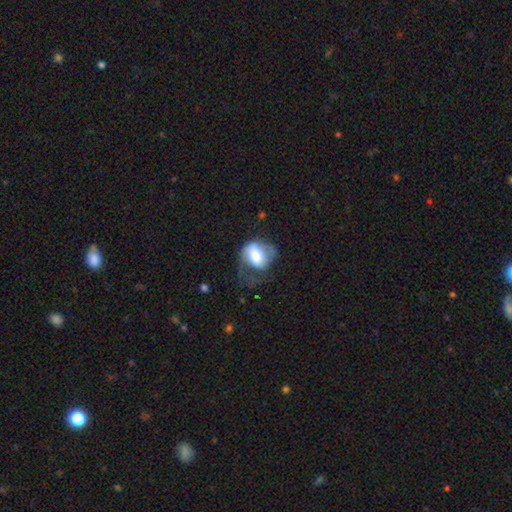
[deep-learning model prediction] Morphology: type=smooth (58%); roundness=in between (51%); merging=major disturbance (46%).